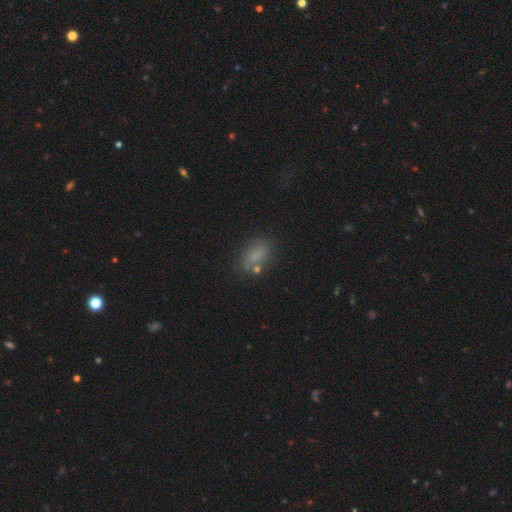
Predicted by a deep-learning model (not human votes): This appears to be a smooth galaxy with no disk features (72%) that is in between round and cigar-shaped (82%). Merging: none (70%).